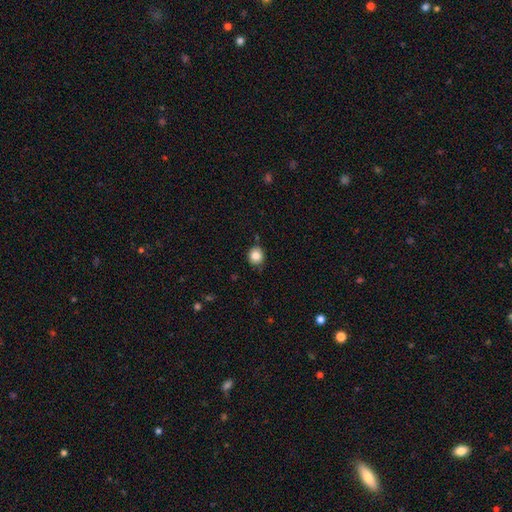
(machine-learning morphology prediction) smooth 84%, star or artifact 10%, featured or disk 6%. Down the decision tree: how rounded — round (83%); merging — none (81%).